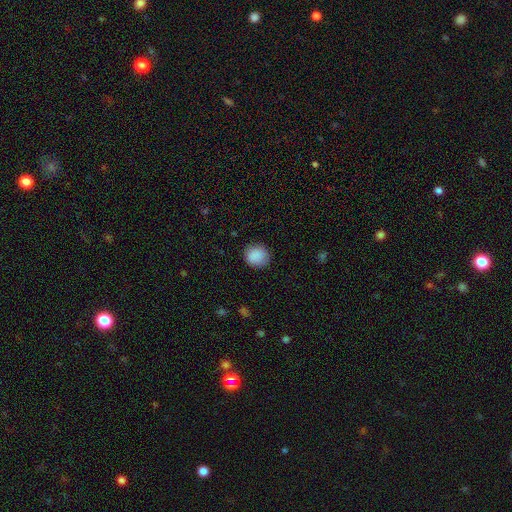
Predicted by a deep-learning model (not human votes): Smooth or featured: smooth — 89% (star or artifact — 8%)
How rounded: round — 85% (in between — 14%)
Merging: none — 84% (minor disturbance — 12%)